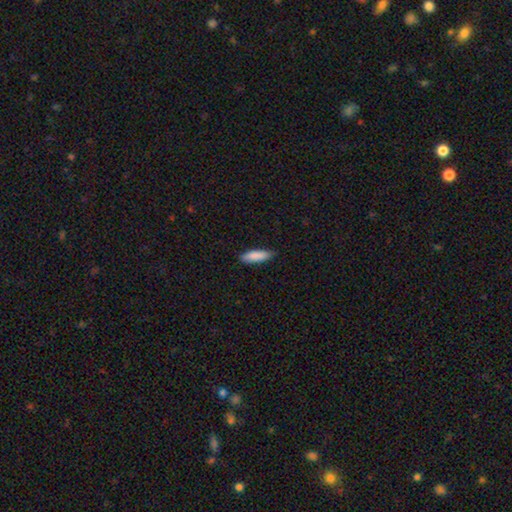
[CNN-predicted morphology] This is clearly a smooth galaxy (88%). How rounded: possibly cigar-shaped (55%). Merging: clearly none (86%).